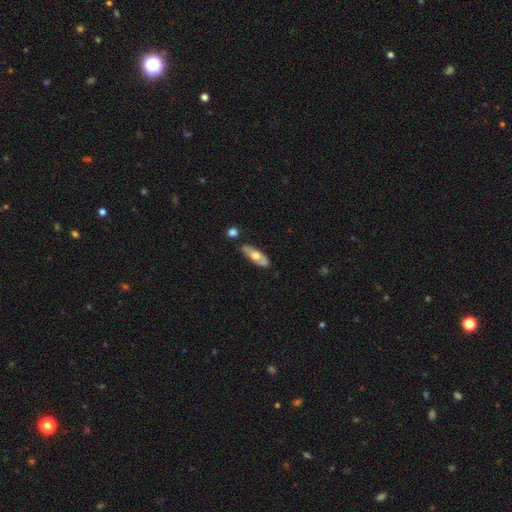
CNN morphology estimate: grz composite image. It shows a smooth galaxy with no disk features (48%). Merging: none (75%).